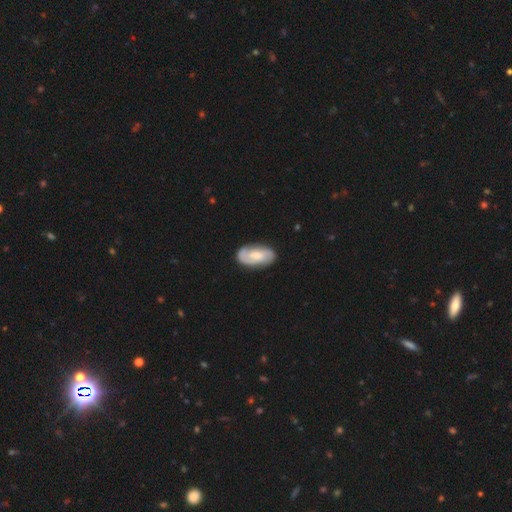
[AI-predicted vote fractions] Morphology: type=featured or disk (57%); edge-on=no (94%); bar=no (55%); spiral arms=yes (85%); bulge=moderate (50%); merging=none (80%).